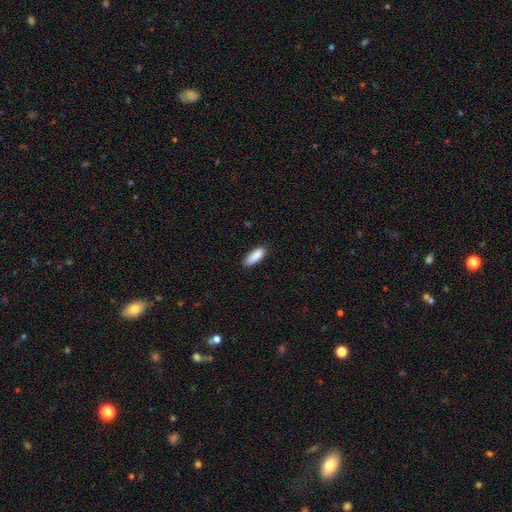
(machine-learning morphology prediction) smooth-or-featured: smooth: 89% | star or artifact: 7% | featured or disk: 4%
  how-rounded: in between: 67% | cigar-shaped: 32% | round: 2%
  merging: none: 82% | minor disturbance: 14% | major disturbance: 2% | merger: 1%